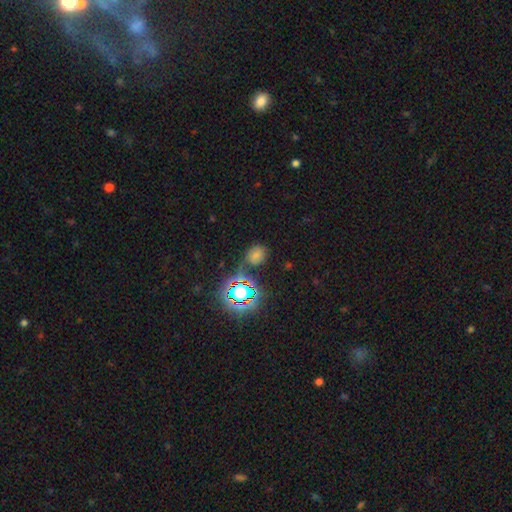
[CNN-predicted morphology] Q: Smooth or featured?
A: smooth (48%); runner-up: star or artifact (36%)
Q: Merging?
A: none (67%); runner-up: minor disturbance (19%)